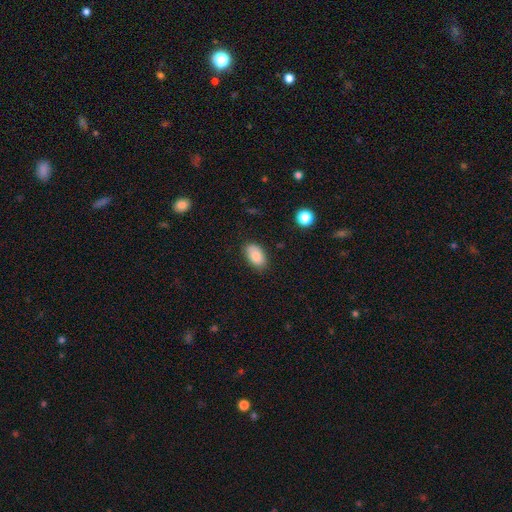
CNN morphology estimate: Q: Smooth or featured?
A: smooth (84%); runner-up: featured or disk (8%)
Q: How rounded?
A: in between (93%); runner-up: round (6%)
Q: Merging?
A: none (80%); runner-up: minor disturbance (16%)